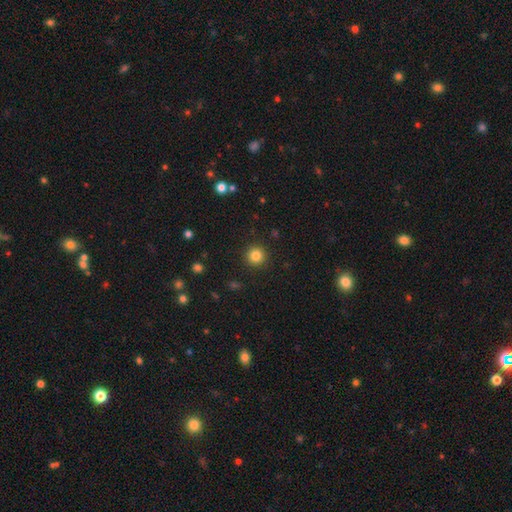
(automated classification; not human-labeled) smooth_or_featured: smooth (p=0.84) [alt: star or artifact p=0.11]
how_rounded: round (p=0.95) [alt: in between p=0.04]
merging: none (p=0.92) [alt: minor disturbance p=0.05]